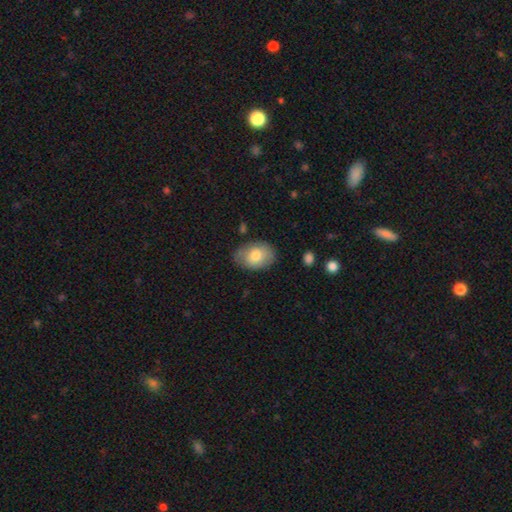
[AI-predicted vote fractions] smooth_or_featured: smooth (p=0.75) [alt: featured or disk p=0.18]
how_rounded: in between (p=0.81) [alt: round p=0.18]
merging: none (p=0.78) [alt: minor disturbance p=0.17]